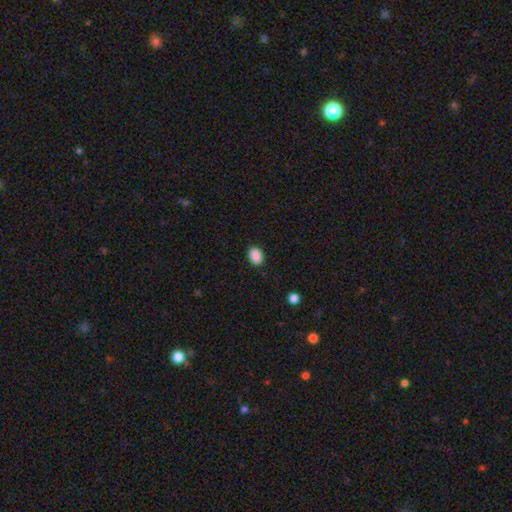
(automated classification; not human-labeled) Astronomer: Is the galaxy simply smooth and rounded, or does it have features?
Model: smooth — 89%.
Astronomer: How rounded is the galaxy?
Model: in between — 71%.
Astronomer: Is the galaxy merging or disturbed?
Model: none — 89%.